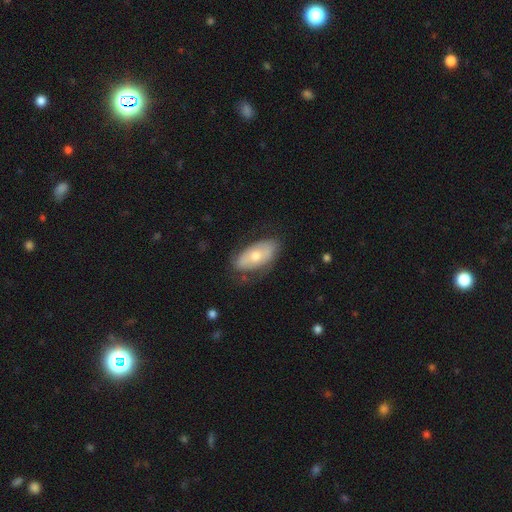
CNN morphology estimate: smooth 55%, featured or disk 38%, star or artifact 6%. Down the decision tree: how rounded — in between (92%); merging — none (70%).